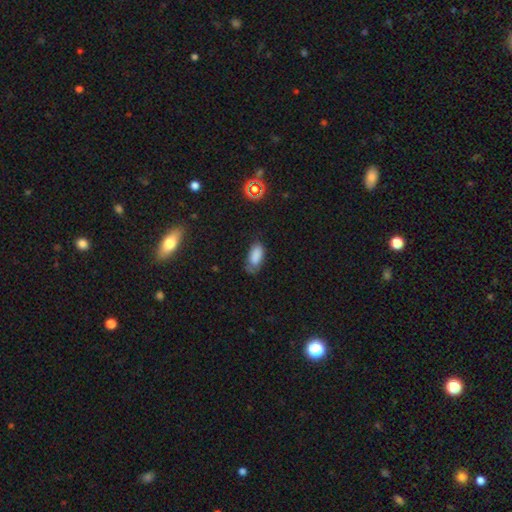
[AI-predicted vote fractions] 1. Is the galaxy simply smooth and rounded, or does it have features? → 84% smooth, 10% star or artifact, 7% featured or disk.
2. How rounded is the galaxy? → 90% in between, 7% cigar-shaped, 3% round.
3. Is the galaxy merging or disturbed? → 60% none, 29% minor disturbance, 9% major disturbance, 2% merger.